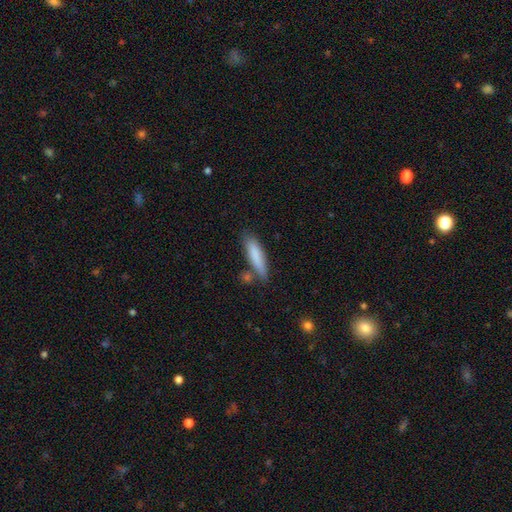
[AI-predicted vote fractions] A smooth galaxy with no disk features (83%) that is cigar-shaped (77%).

Vote fractions:
- Smooth or featured? smooth: 83% / featured or disk: 11% / star or artifact: 6%
- How rounded? cigar-shaped: 77% / in between: 22% / round: 2%
- Merging? none: 74% / minor disturbance: 16% / merger: 7% / major disturbance: 4%